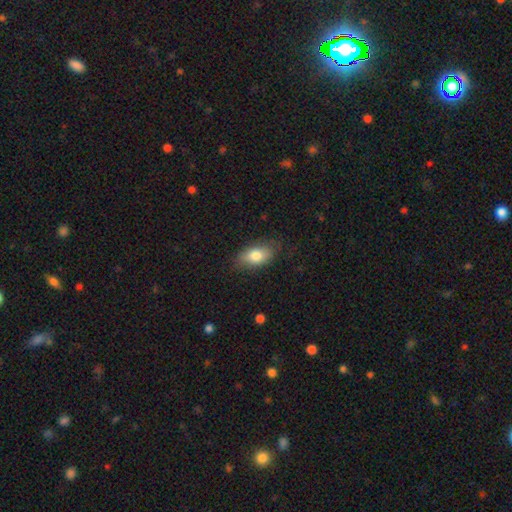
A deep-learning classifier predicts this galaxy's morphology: This appears to be a smooth galaxy with no disk features (79%) that is in between round and cigar-shaped (90%). Merging: none (77%).